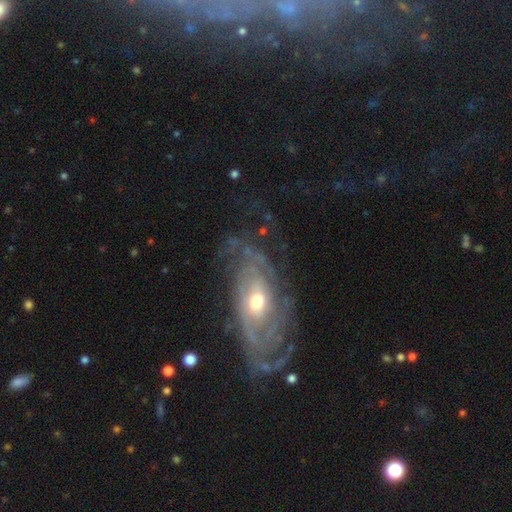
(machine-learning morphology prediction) Smooth or featured? Predicted: featured or disk (p=0.86). Edge-on disk? Predicted: no (p=0.92). Bar? Predicted: no (p=0.63). Spiral arms? Predicted: yes (p=0.93). Spiral winding? Predicted: tight (p=0.62). Spiral arm count? Predicted: can't tell (p=0.41). Bulge size? Predicted: moderate (p=0.66). Merging? Predicted: none (p=0.67).